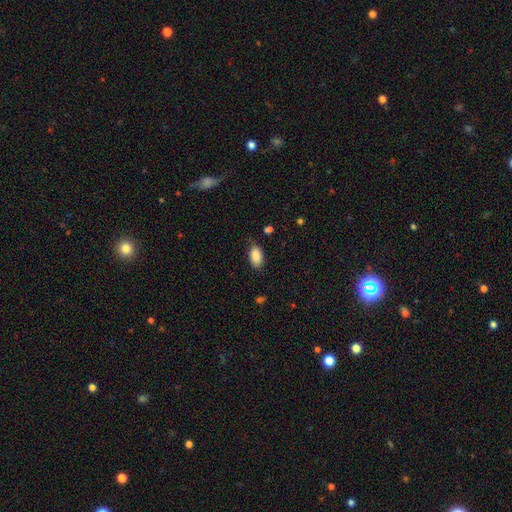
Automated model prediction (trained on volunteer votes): A smooth galaxy with no disk features (88%) that is in between round and cigar-shaped (93%).

Vote fractions:
- Smooth or featured? smooth: 88% / star or artifact: 7% / featured or disk: 5%
- How rounded? in between: 93% / round: 4% / cigar-shaped: 2%
- Merging? none: 78% / minor disturbance: 17% / major disturbance: 3% / merger: 1%